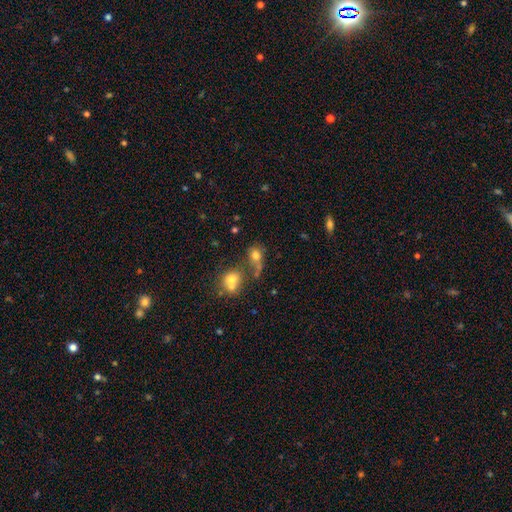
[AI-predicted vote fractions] This is likely a smooth galaxy (73%). How rounded: possibly round (49%). Merging: marginally merger (36%, tied with none).